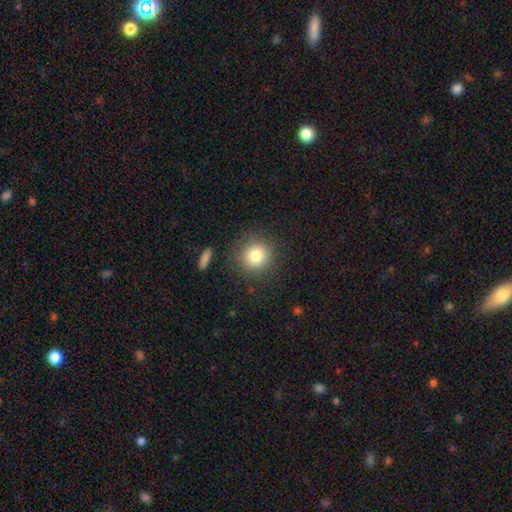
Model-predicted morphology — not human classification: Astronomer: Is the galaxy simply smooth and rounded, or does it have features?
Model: smooth — 82%.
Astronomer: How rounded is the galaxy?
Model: round — 91%.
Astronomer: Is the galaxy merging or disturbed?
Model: none — 86%.